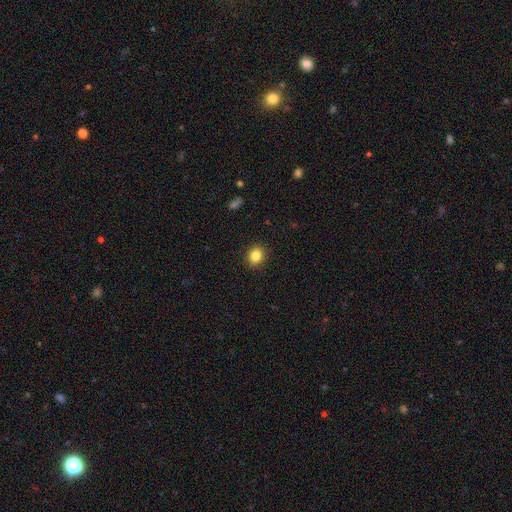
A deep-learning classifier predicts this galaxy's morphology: Overall: smooth (84%). How rounded: round (74%). Merging: none (92%).